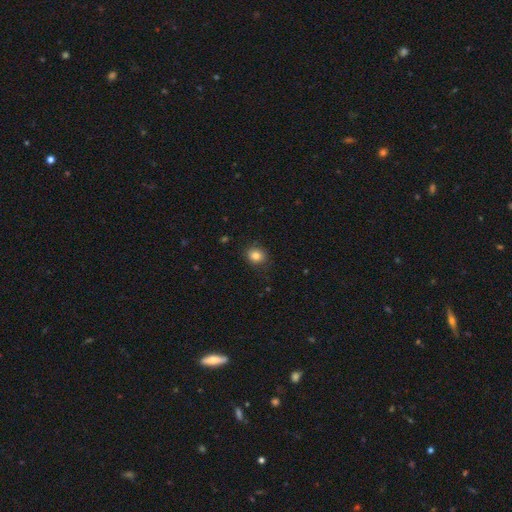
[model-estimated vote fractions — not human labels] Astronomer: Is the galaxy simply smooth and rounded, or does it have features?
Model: smooth — 84%.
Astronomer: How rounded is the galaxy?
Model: round — 71%.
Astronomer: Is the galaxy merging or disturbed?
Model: none — 84%.